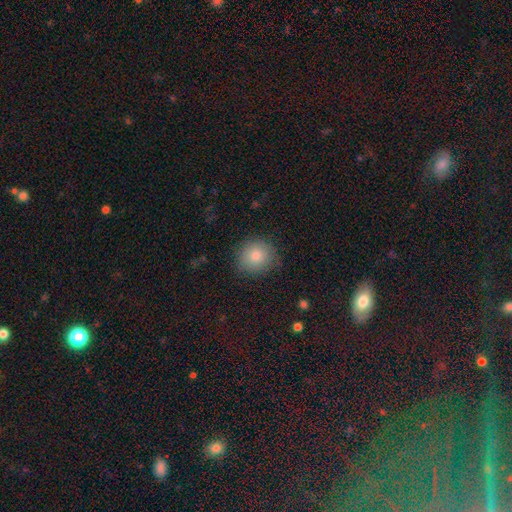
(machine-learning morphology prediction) type=smooth (80%); roundness=round (88%); merging=none (84%).